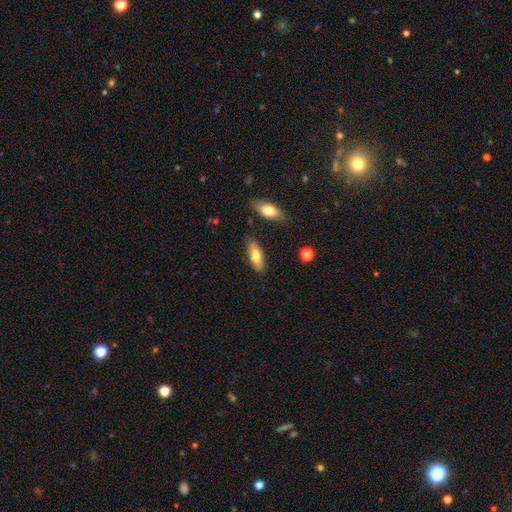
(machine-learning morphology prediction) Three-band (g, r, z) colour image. It shows a smooth galaxy with no disk features (75%) that is in between round and cigar-shaped (73%). Merging: none (81%).